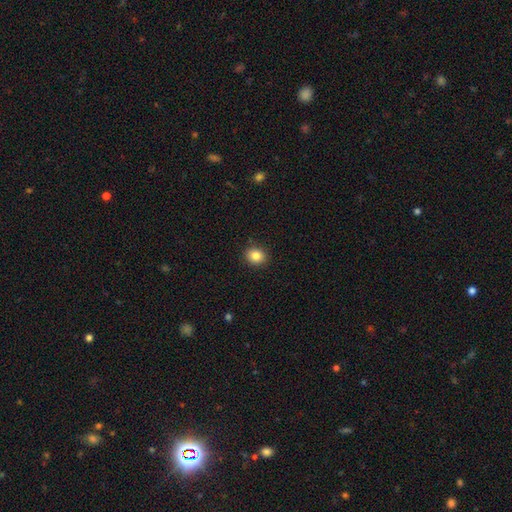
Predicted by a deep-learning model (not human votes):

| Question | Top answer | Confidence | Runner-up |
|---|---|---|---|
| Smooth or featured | smooth | 85% | star or artifact (10%) |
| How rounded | round | 76% | in between (24%) |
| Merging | none | 90% | minor disturbance (7%) |